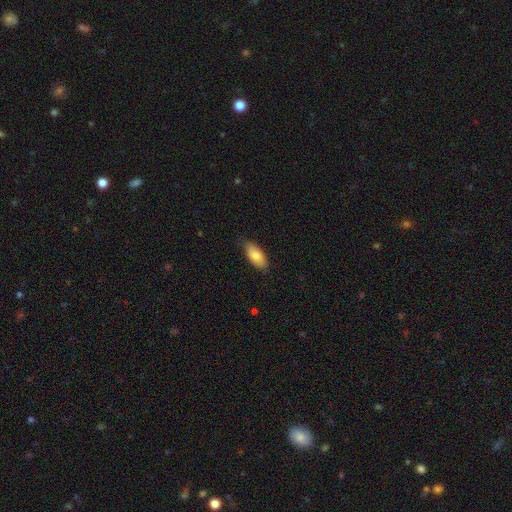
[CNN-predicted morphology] smooth 81%, featured or disk 13%, star or artifact 6%. Down the decision tree: how rounded — in between (88%); merging — none (79%).